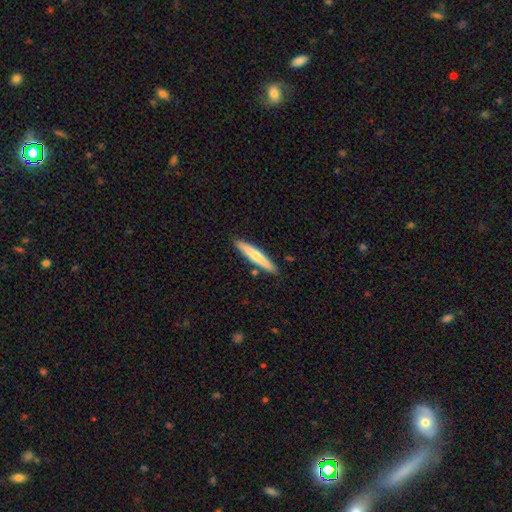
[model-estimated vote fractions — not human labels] smooth_or_featured: smooth (p=0.61) [alt: featured or disk p=0.34]
how_rounded: cigar-shaped (p=0.92) [alt: in between p=0.06]
merging: none (p=0.88) [alt: minor disturbance p=0.08]